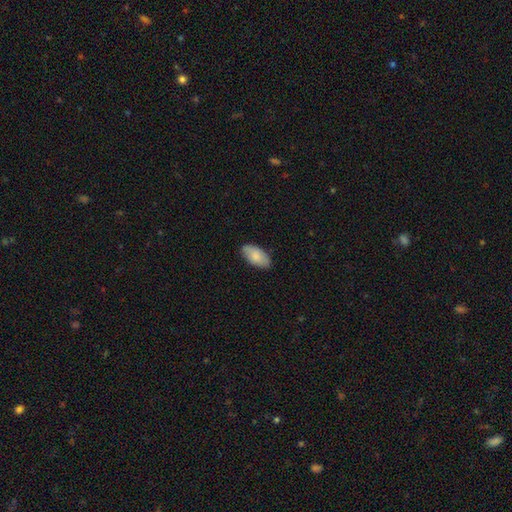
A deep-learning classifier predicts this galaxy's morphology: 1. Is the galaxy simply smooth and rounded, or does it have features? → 84% smooth, 11% featured or disk, 6% star or artifact.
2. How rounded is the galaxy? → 94% in between, 4% cigar-shaped, 2% round.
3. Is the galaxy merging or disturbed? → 83% none, 14% minor disturbance, 2% major disturbance, 1% merger.